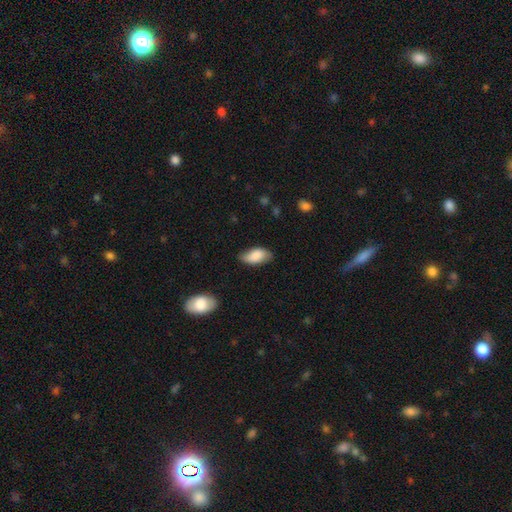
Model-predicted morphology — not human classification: The model was most divided on "merging": none: 68%, minor disturbance: 26%, major disturbance: 5%, merger: 2%. More confident: how rounded — in between (92%); smooth or featured — smooth (82%).